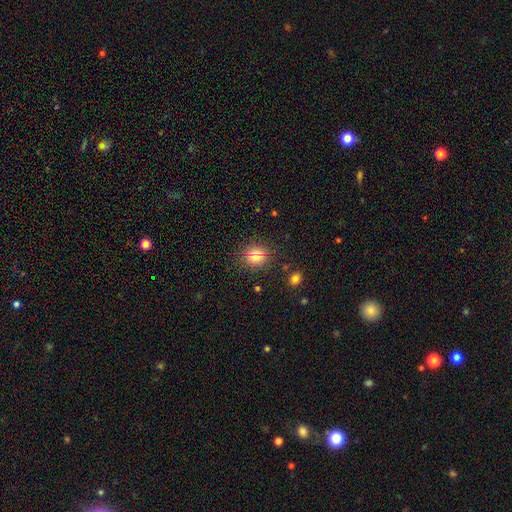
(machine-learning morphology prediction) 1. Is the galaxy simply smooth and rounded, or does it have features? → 75% smooth, 15% star or artifact, 10% featured or disk.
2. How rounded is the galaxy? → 76% round, 23% in between, 1% cigar-shaped.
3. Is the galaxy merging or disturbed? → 80% none, 11% minor disturbance, 6% merger, 3% major disturbance.